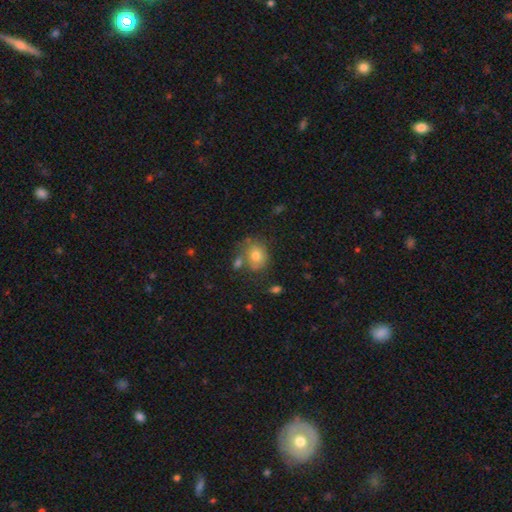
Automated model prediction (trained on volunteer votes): smooth-or-featured: smooth: 76% | featured or disk: 14% | star or artifact: 10%
  how-rounded: round: 64% | in between: 35% | cigar-shaped: 1%
  merging: none: 59% | minor disturbance: 19% | merger: 15% | major disturbance: 7%